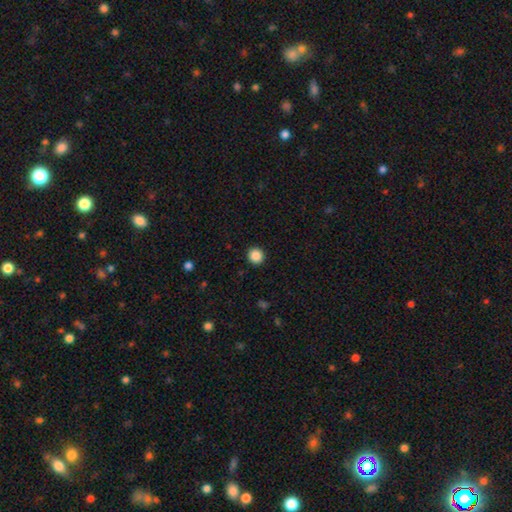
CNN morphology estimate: The model was most divided on "smooth or featured": smooth: 87%, star or artifact: 10%, featured or disk: 3%. More confident: how rounded — round (95%); merging — none (93%).